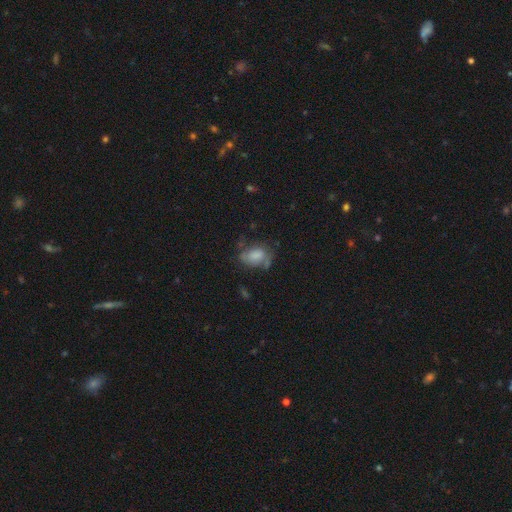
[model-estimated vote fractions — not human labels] smooth-or-featured: smooth: 62% | featured or disk: 28% | star or artifact: 10%
  how-rounded: in between: 78% | round: 20% | cigar-shaped: 2%
  merging: none: 44% | minor disturbance: 29% | major disturbance: 21% | merger: 6%